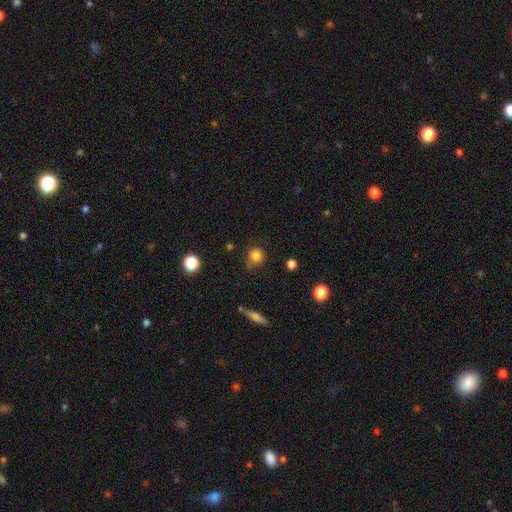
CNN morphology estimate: Q: Smooth or featured?
A: smooth (82%); runner-up: star or artifact (12%)
Q: How rounded?
A: round (86%); runner-up: in between (12%)
Q: Merging?
A: none (65%); runner-up: minor disturbance (25%)